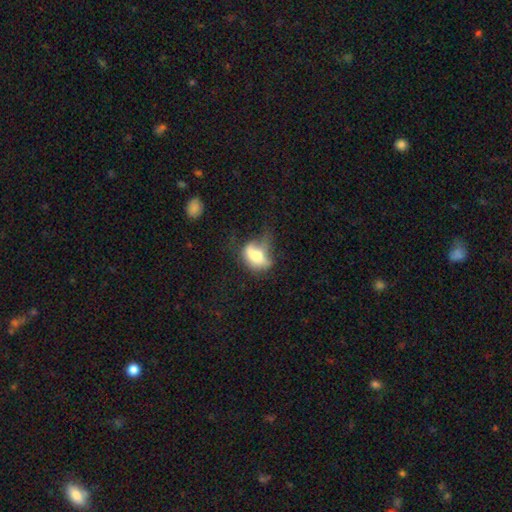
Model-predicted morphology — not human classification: The model was most divided on "merging": major disturbance: 44%, minor disturbance: 22%, none: 20%, merger: 13%. More confident: how rounded — in between (78%); smooth or featured — smooth (58%).